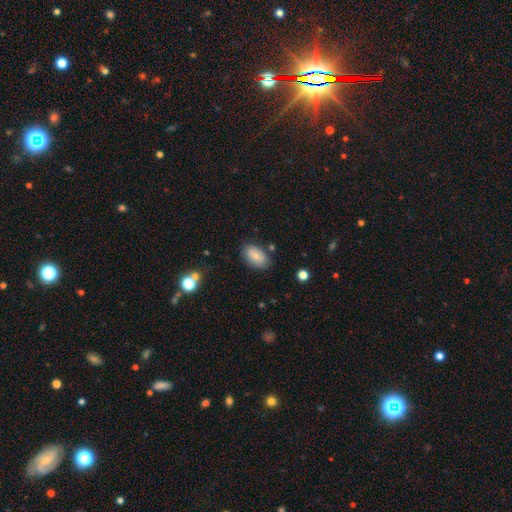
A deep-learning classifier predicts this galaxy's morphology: Q: Smooth or featured?
A: smooth (77%); runner-up: featured or disk (15%)
Q: How rounded?
A: in between (90%); runner-up: round (8%)
Q: Merging?
A: none (77%); runner-up: minor disturbance (16%)